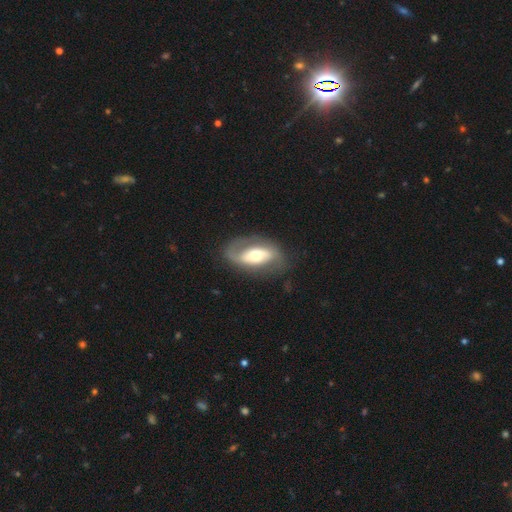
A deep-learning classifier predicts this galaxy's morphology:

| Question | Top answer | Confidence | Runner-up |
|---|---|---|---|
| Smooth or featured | featured or disk | 72% | smooth (23%) |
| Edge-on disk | no | 93% | yes (7%) |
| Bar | no | 38% | strong (34%) |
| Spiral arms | yes | 81% | no (19%) |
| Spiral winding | medium | 40% | loose (39%) |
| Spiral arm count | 2 | 78% | 1 (12%) |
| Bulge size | moderate | 60% | small (22%) |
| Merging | none | 69% | minor disturbance (18%) |